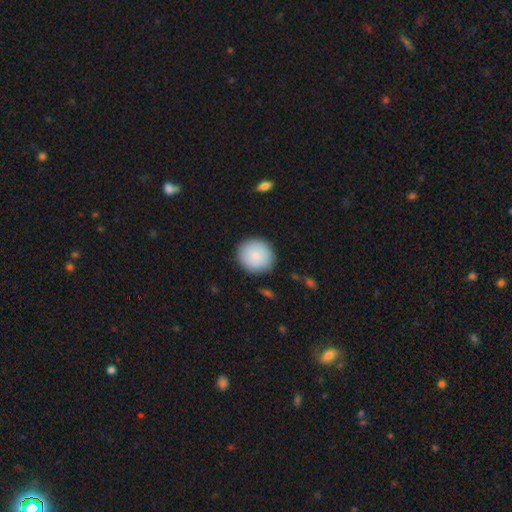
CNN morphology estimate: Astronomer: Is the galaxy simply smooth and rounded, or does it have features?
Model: smooth — 85%.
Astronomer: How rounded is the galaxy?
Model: round — 90%.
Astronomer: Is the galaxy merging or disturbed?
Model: none — 89%.